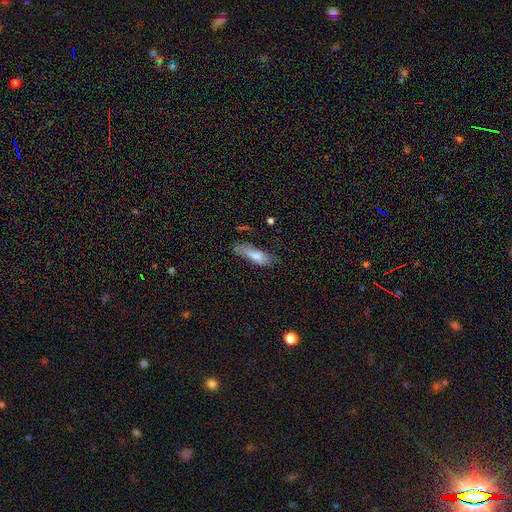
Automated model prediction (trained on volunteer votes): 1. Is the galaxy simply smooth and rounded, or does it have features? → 76% smooth, 17% featured or disk, 7% star or artifact.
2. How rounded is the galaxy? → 52% in between, 46% cigar-shaped, 2% round.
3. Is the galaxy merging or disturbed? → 53% none, 31% minor disturbance, 13% major disturbance, 4% merger.